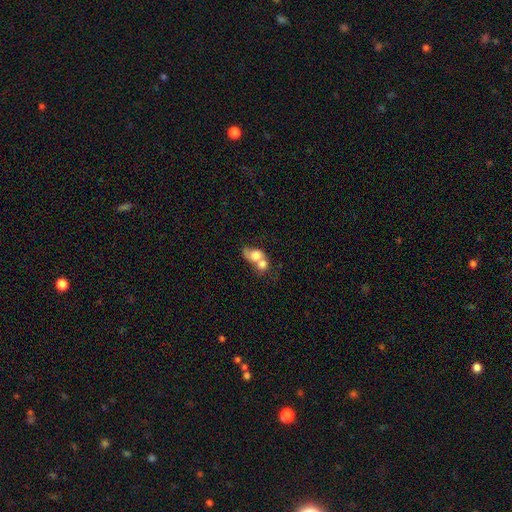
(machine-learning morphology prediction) smooth 66%, featured or disk 25%, star or artifact 8%. Down the decision tree: how rounded — in between (56%); merging — merger (78%).